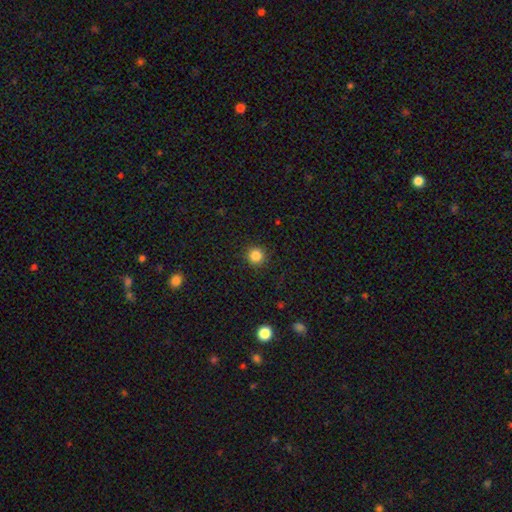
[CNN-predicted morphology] This appears to be a smooth galaxy with no disk features (85%) that is round (94%). Merging: none (91%).